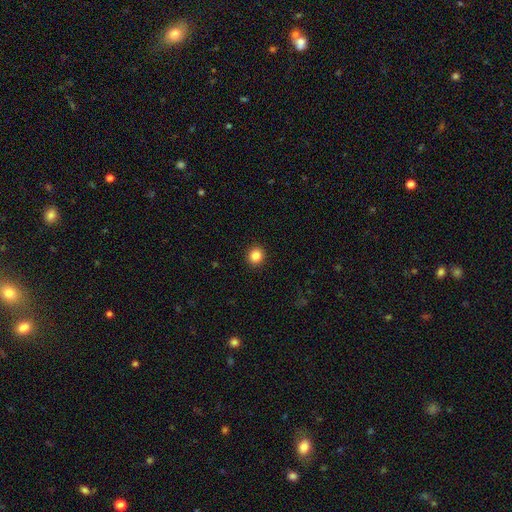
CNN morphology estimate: A smooth galaxy with no disk features (86%) that is round (88%). Merging: none (92%).